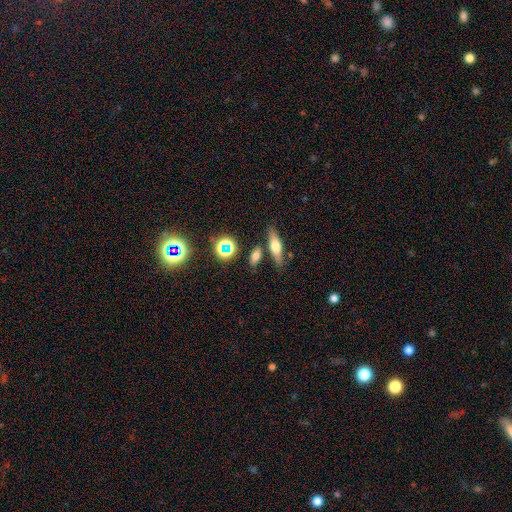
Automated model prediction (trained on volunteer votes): A smooth galaxy with no disk features (56%) that is in between round and cigar-shaped (47%). Merging: none (76%).